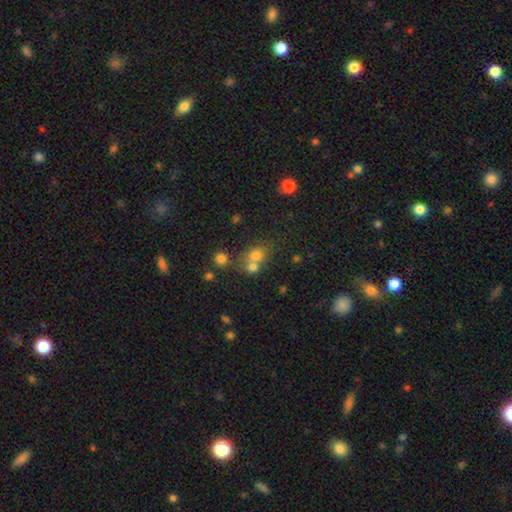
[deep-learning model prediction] A smooth galaxy with no disk features (71%) that is round (72%).

Vote fractions:
- Smooth or featured? smooth: 71% / star or artifact: 17% / featured or disk: 12%
- How rounded? round: 72% / in between: 27% / cigar-shaped: 1%
- Merging? merger: 47% / none: 41% / minor disturbance: 8% / major disturbance: 4%